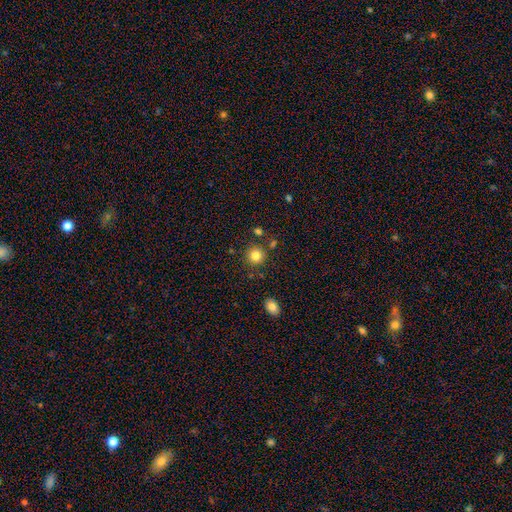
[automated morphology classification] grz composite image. It shows a smooth galaxy with no disk features (83%) that is round (92%). Merging: none (85%).